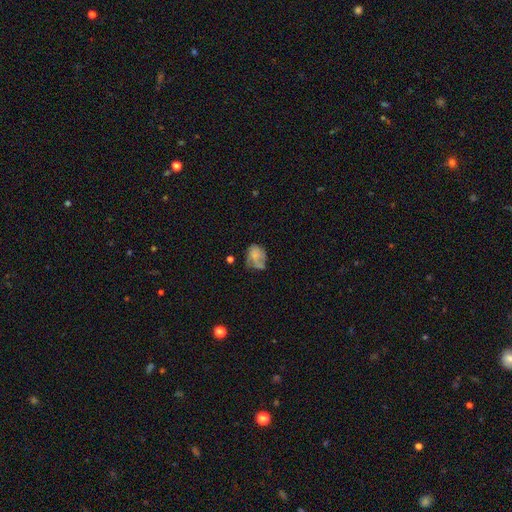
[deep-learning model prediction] Morphology: type=smooth (52%); roundness=in between (60%); merging=none (40%).